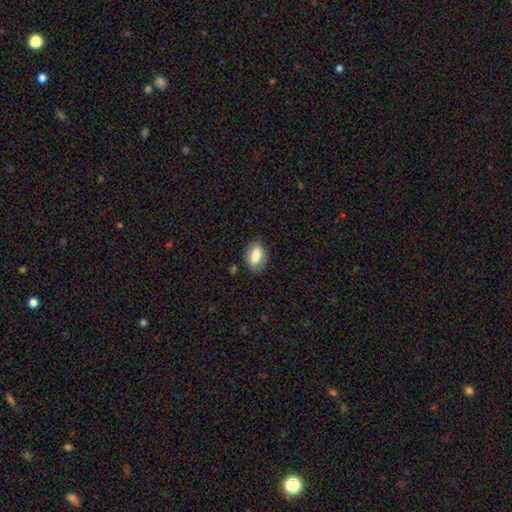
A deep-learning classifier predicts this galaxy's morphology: This is likely a smooth galaxy (75%). How rounded: clearly in between (88%). Merging: clearly none (81%).